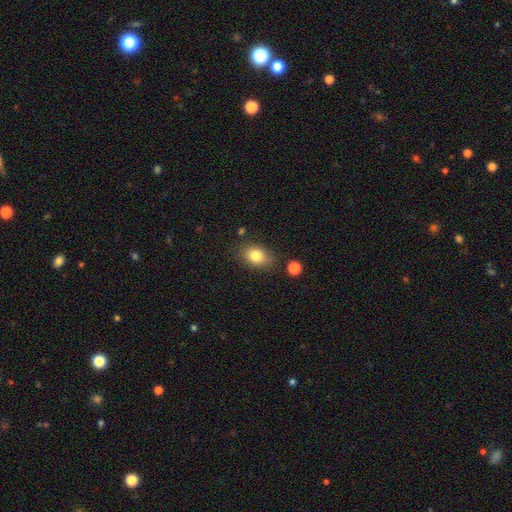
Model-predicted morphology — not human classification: A smooth galaxy with no disk features (82%) that is in between round and cigar-shaped (74%).

Vote fractions:
- Smooth or featured? smooth: 82% / star or artifact: 9% / featured or disk: 9%
- How rounded? in between: 74% / round: 24% / cigar-shaped: 1%
- Merging? none: 78% / minor disturbance: 14% / merger: 4% / major disturbance: 4%